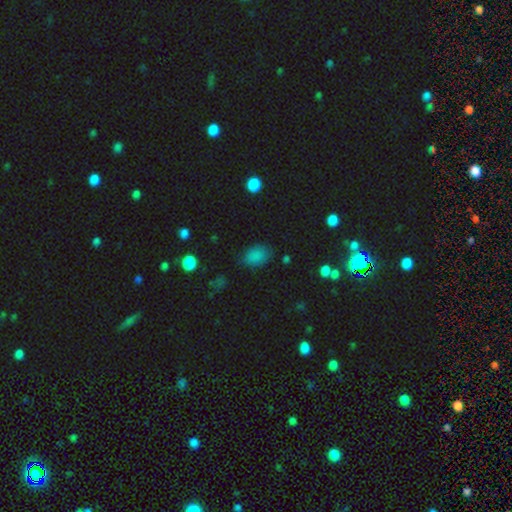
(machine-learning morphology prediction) smooth_or_featured: smooth (p=0.80) [alt: star or artifact p=0.14]
how_rounded: in between (p=0.84) [alt: round p=0.15]
merging: none (p=0.70) [alt: minor disturbance p=0.22]